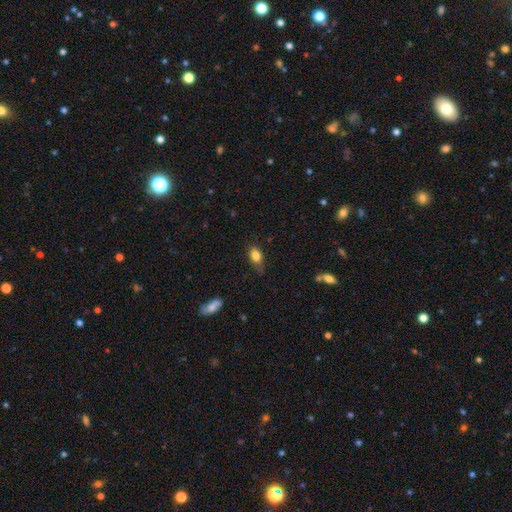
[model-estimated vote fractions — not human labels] smooth_or_featured: smooth (p=0.83) [alt: featured or disk p=0.09]
how_rounded: in between (p=0.85) [alt: round p=0.10]
merging: none (p=0.62) [alt: minor disturbance p=0.29]